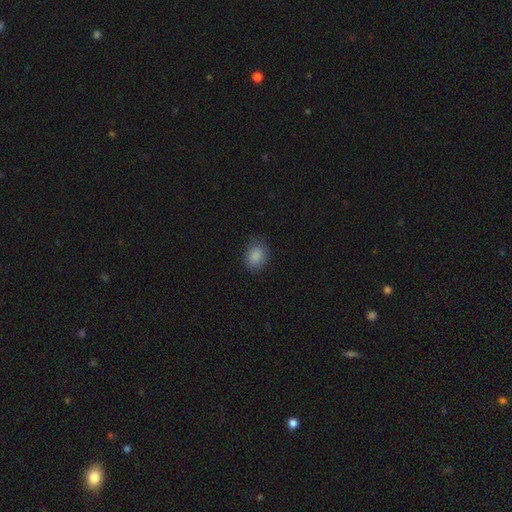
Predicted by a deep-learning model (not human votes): The model was most divided on "how rounded": in between: 59%, round: 40%, cigar-shaped: 1%. More confident: smooth or featured — smooth (87%); merging — none (75%).